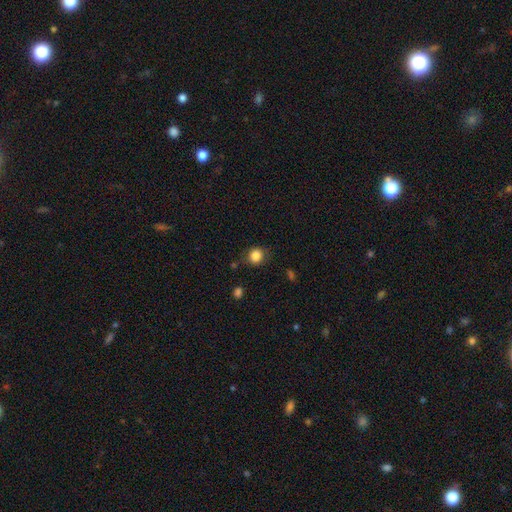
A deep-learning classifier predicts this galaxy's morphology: The model was most divided on "how rounded": round: 80%, in between: 20%, cigar-shaped: 1%. More confident: smooth or featured — smooth (85%); merging — none (80%).